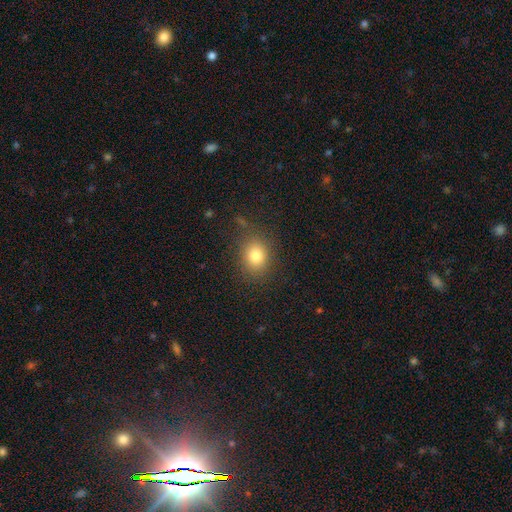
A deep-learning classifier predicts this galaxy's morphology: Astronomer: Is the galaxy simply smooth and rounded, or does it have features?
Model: smooth — 80%.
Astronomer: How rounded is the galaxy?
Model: round — 54% (runner-up: in between, 45%).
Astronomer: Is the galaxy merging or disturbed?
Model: none — 81%.